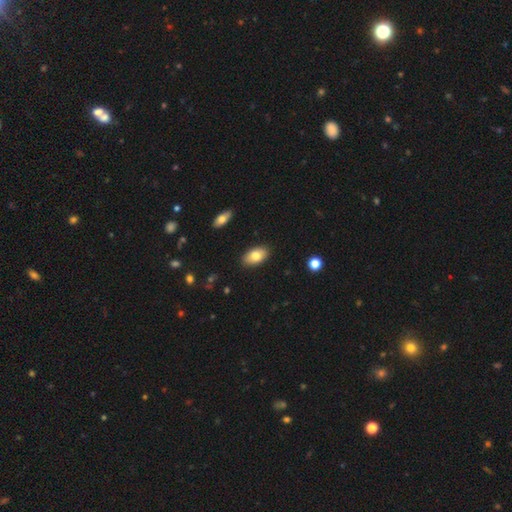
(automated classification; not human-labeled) A smooth galaxy with no disk features (79%) that is in between round and cigar-shaped (93%).

Vote fractions:
- Smooth or featured? smooth: 79% / featured or disk: 14% / star or artifact: 7%
- How rounded? in between: 93% / round: 4% / cigar-shaped: 2%
- Merging? none: 88% / minor disturbance: 9% / major disturbance: 2% / merger: 1%